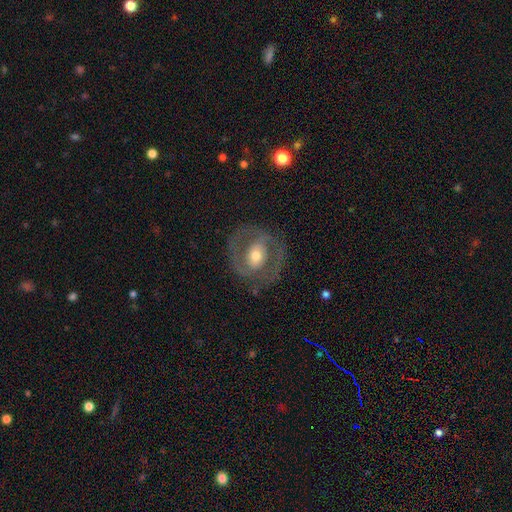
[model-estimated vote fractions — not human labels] A featured or disk galaxy (74%) with no bar (38%), spiral arms (59%) and a moderate central bulge (62%).

Vote fractions:
- Smooth or featured? featured or disk: 74% / smooth: 19% / star or artifact: 6%
- Edge-on disk? no: 95% / yes: 5%
- Bar? no: 38% / weak: 34% / strong: 28%
- Spiral arms? yes: 59% / no: 41%
- Bulge size? moderate: 62% / small: 29% / large: 7% / none: 1% / dominant: 1%
- Merging? none: 78% / minor disturbance: 12% / major disturbance: 9% / merger: 1%